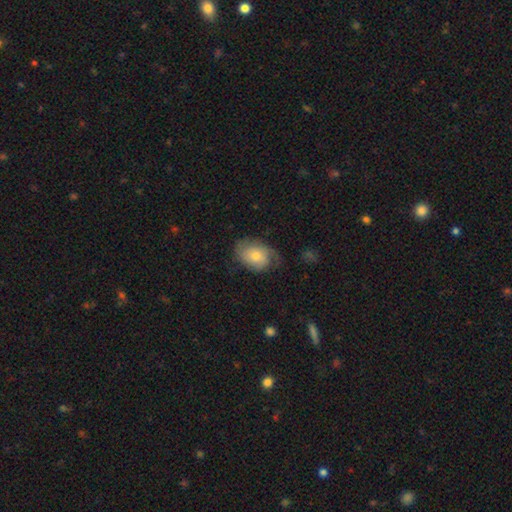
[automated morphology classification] Q: Smooth or featured?
A: featured or disk (49%); runner-up: smooth (44%)
Q: Merging?
A: none (54%); runner-up: minor disturbance (28%)